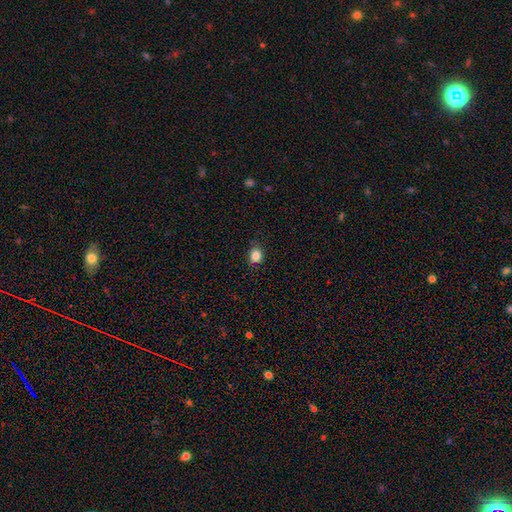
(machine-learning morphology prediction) Q: Smooth or featured?
A: smooth (85%); runner-up: star or artifact (10%)
Q: How rounded?
A: round (55%); runner-up: in between (44%)
Q: Merging?
A: none (80%); runner-up: minor disturbance (16%)